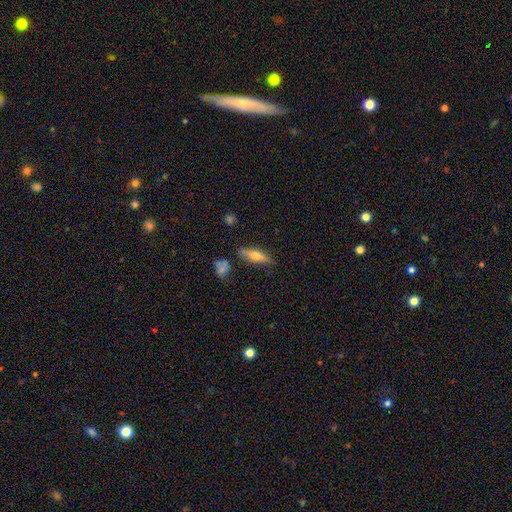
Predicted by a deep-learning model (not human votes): Q: Smooth or featured?
A: smooth (62%); runner-up: featured or disk (31%)
Q: How rounded?
A: cigar-shaped (58%); runner-up: in between (39%)
Q: Merging?
A: none (79%); runner-up: minor disturbance (14%)